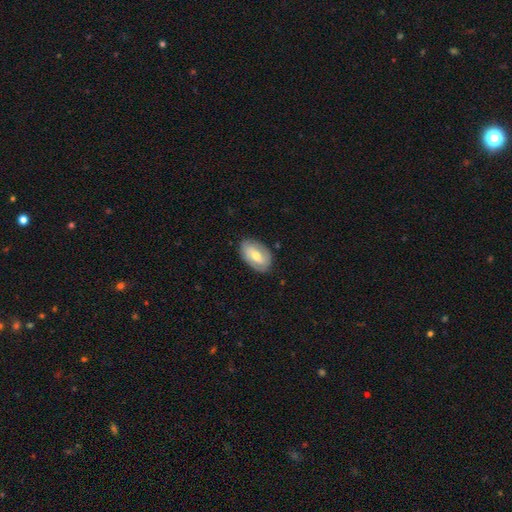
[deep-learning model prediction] smooth-or-featured: featured or disk: 50% | smooth: 44% | star or artifact: 6%
  disk-edge-on: no: 93% | yes: 7%
  merging: none: 80% | minor disturbance: 15% | major disturbance: 4% | merger: 1%